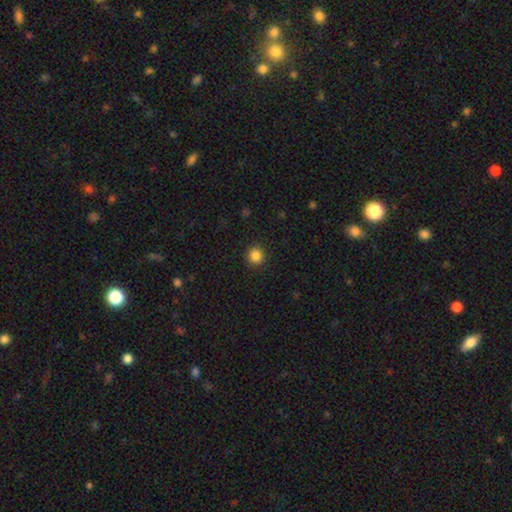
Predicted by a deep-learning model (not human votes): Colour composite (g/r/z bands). It shows a smooth galaxy with no disk features (85%) that is round (93%). Merging: none (92%).